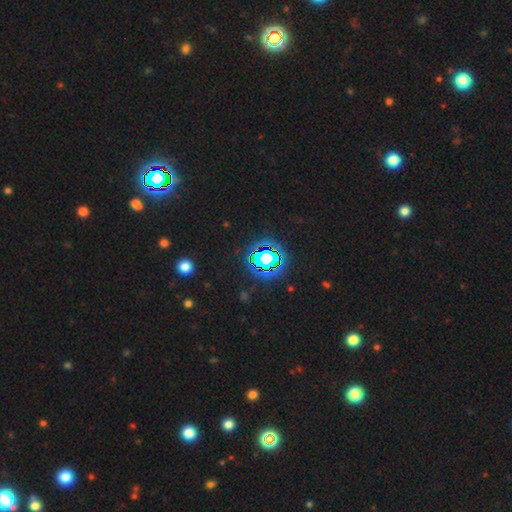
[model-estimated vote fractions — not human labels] Smooth or featured?
  - star or artifact: 80% *
  - smooth: 12%
  - featured or disk: 8%